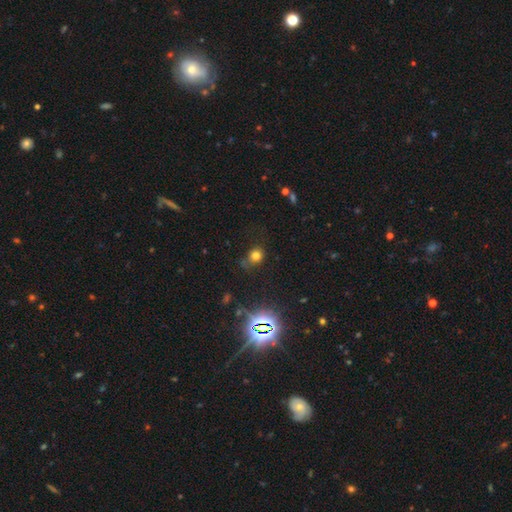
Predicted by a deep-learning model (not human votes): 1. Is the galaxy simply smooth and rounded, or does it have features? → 70% smooth, 22% star or artifact, 7% featured or disk.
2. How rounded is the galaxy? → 73% round, 26% in between, 1% cigar-shaped.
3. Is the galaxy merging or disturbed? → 68% none, 20% minor disturbance, 7% major disturbance, 4% merger.